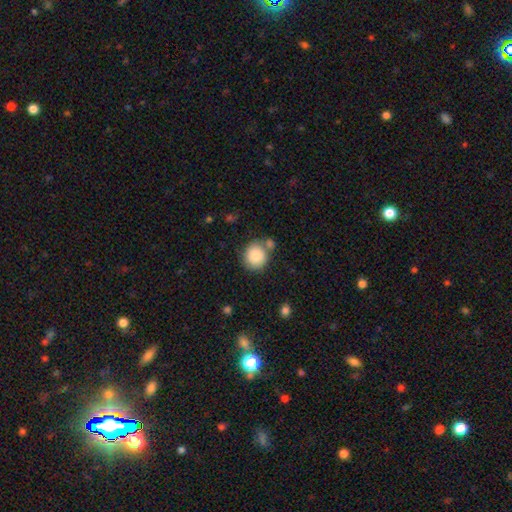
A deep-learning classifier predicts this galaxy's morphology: Smooth or featured?
  - smooth: 84% *
  - featured or disk: 8%
  - star or artifact: 8%
How rounded?
  - round: 84% *
  - in between: 15%
  - cigar-shaped: 1%
Merging?
  - none: 67% *
  - merger: 16%
  - minor disturbance: 12%
  - major disturbance: 4%